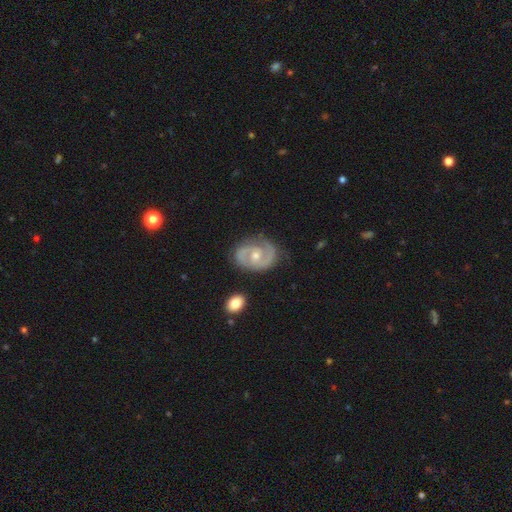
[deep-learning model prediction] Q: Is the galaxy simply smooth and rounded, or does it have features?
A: featured or disk — 85%.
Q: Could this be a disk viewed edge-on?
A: no — 97%.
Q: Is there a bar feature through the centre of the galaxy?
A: no — 56%.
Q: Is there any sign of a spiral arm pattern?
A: yes — 94%.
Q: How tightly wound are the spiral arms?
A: medium — 46%.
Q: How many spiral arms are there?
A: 2 — 86%.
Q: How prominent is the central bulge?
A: moderate — 61%.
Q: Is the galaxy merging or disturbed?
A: none — 77%.